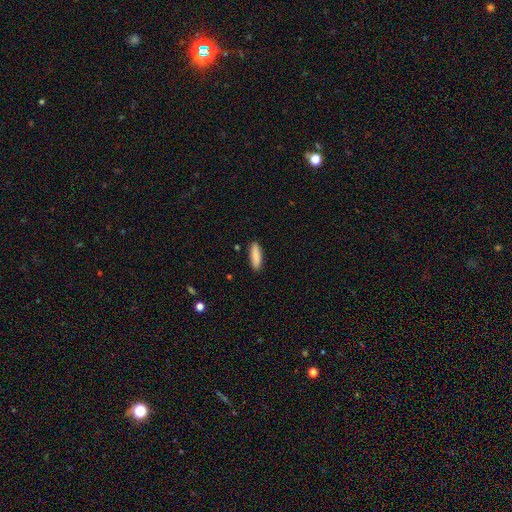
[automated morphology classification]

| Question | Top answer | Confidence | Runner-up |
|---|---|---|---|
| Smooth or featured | smooth | 88% | star or artifact (6%) |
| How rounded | cigar-shaped | 61% | in between (37%) |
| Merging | none | 89% | minor disturbance (8%) |